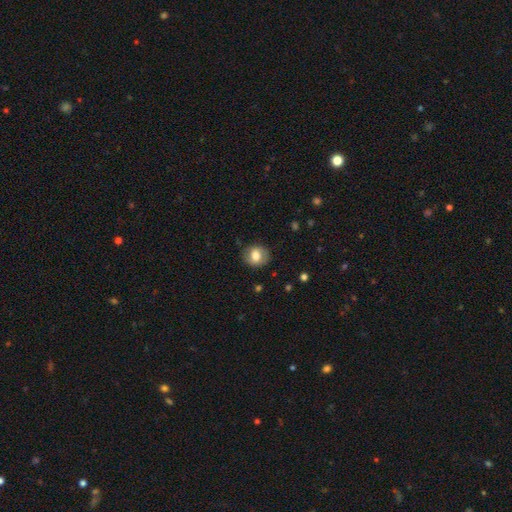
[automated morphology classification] The model was most divided on "how rounded": round: 76%, in between: 23%, cigar-shaped: 1%. More confident: merging — none (83%); smooth or featured — smooth (74%).